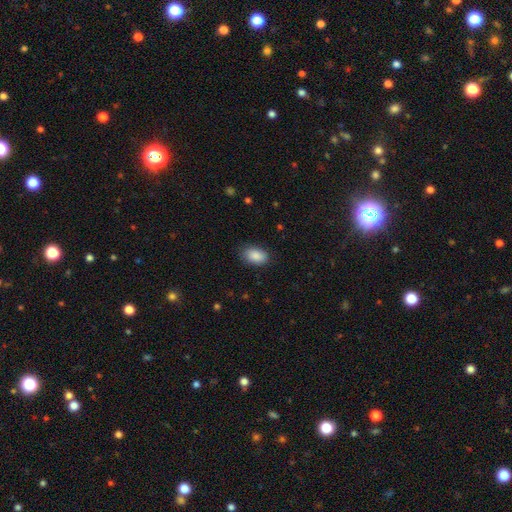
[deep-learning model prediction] smooth-or-featured: smooth: 88% | star or artifact: 7% | featured or disk: 5%
  how-rounded: in between: 90% | round: 9% | cigar-shaped: 1%
  merging: none: 83% | minor disturbance: 13% | major disturbance: 3% | merger: 1%